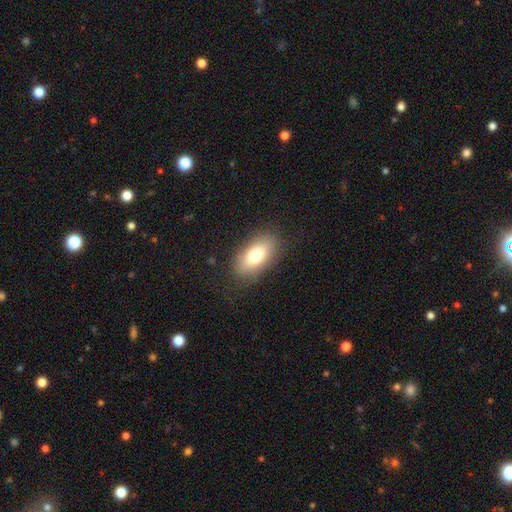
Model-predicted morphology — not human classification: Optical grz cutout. It shows a smooth galaxy with no disk features (78%) that is in between round and cigar-shaped (90%). Merging: none (82%).